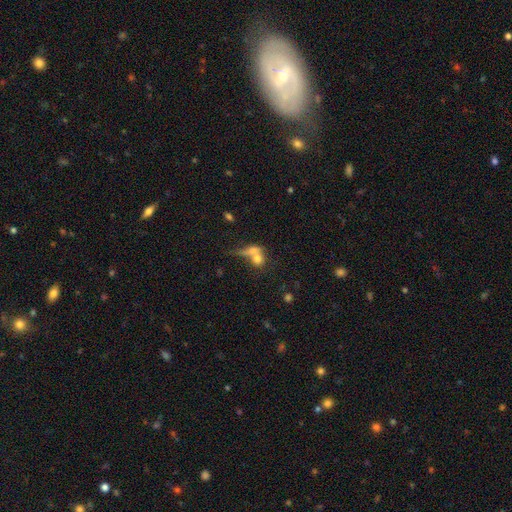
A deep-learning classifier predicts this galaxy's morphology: Q: Smooth or featured?
A: smooth (68%); runner-up: featured or disk (21%)
Q: How rounded?
A: round (50%); runner-up: in between (37%)
Q: Merging?
A: merger (54%); runner-up: none (26%)